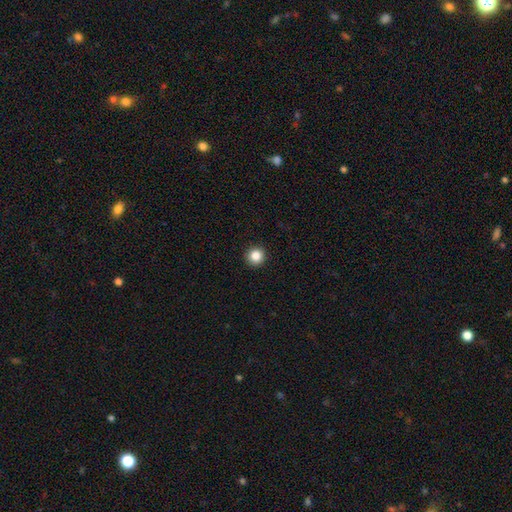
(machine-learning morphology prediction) Smooth or featured: smooth — 85% (star or artifact — 10%)
How rounded: round — 95% (in between — 4%)
Merging: none — 93% (minor disturbance — 4%)